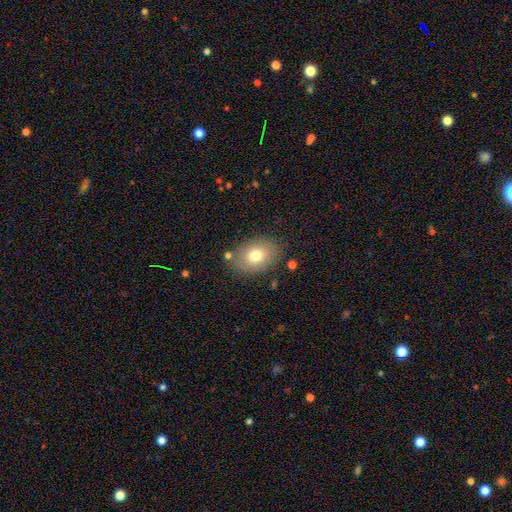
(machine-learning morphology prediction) smooth_or_featured: smooth (p=0.76) [alt: featured or disk p=0.15]
how_rounded: in between (p=0.79) [alt: round p=0.20]
merging: none (p=0.80) [alt: minor disturbance p=0.13]